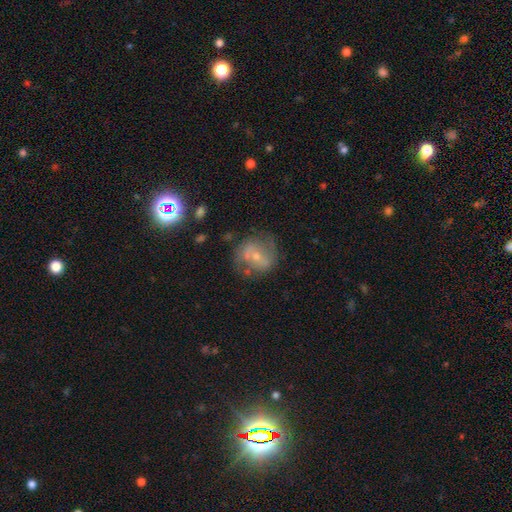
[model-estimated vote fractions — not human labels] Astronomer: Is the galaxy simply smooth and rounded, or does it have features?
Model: featured or disk — 52% (runner-up: smooth, 35%).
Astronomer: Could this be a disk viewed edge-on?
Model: no — 96%.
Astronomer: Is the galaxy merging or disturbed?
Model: none — 56%.